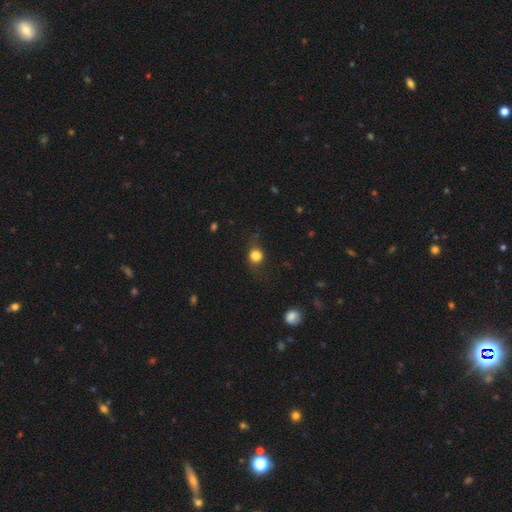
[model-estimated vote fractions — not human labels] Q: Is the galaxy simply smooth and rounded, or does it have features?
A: smooth — 79%.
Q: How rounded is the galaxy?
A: round — 78%.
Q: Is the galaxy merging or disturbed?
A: none — 72%.